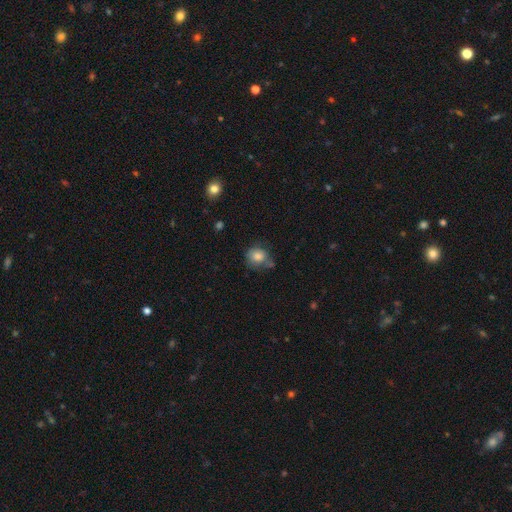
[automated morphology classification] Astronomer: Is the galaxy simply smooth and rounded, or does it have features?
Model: smooth — 78%.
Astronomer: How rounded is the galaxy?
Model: round — 76%.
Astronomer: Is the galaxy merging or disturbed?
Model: none — 62%.